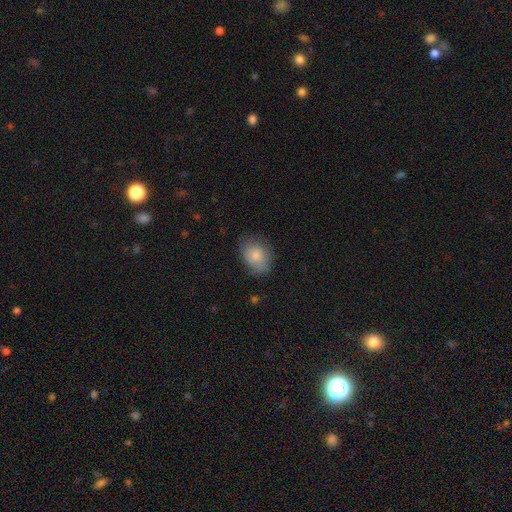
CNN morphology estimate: A smooth galaxy with no disk features (83%) that is in between round and cigar-shaped (66%).

Vote fractions:
- Smooth or featured? smooth: 83% / featured or disk: 10% / star or artifact: 8%
- How rounded? in between: 66% / round: 32% / cigar-shaped: 1%
- Merging? none: 68% / minor disturbance: 25% / major disturbance: 6% / merger: 1%